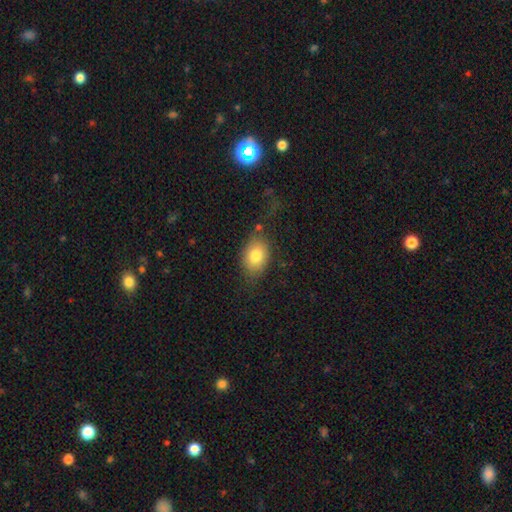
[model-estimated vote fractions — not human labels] A smooth galaxy with no disk features (79%) that is in between round and cigar-shaped (74%).

Vote fractions:
- Smooth or featured? smooth: 79% / featured or disk: 12% / star or artifact: 8%
- How rounded? in between: 74% / round: 25% / cigar-shaped: 1%
- Merging? none: 66% / minor disturbance: 20% / major disturbance: 10% / merger: 4%